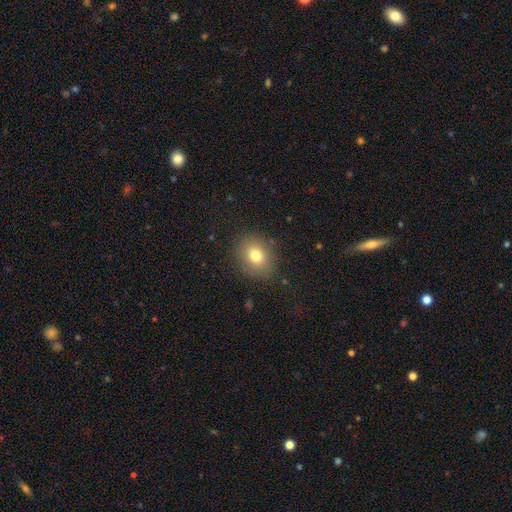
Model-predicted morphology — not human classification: Smooth or featured: smooth — 77% (star or artifact — 12%)
How rounded: round — 55% (in between — 44%)
Merging: none — 86% (minor disturbance — 10%)